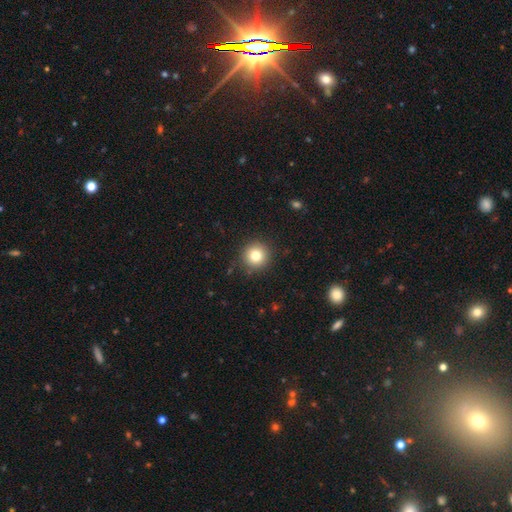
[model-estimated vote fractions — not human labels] smooth 79%, star or artifact 12%, featured or disk 9%. Down the decision tree: how rounded — round (95%); merging — none (90%).